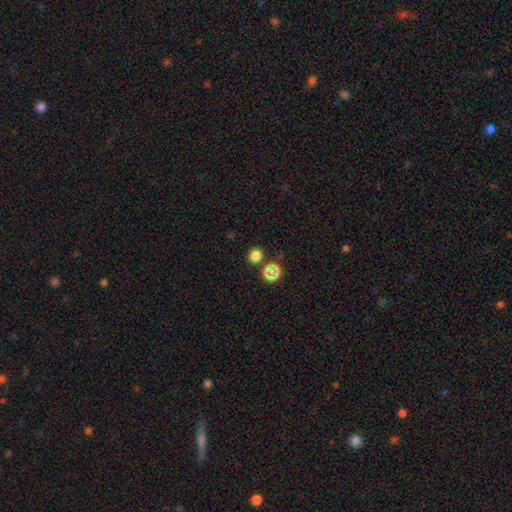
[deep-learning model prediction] A smooth galaxy with no disk features (75%) that is round (90%). Merging: none (82%).